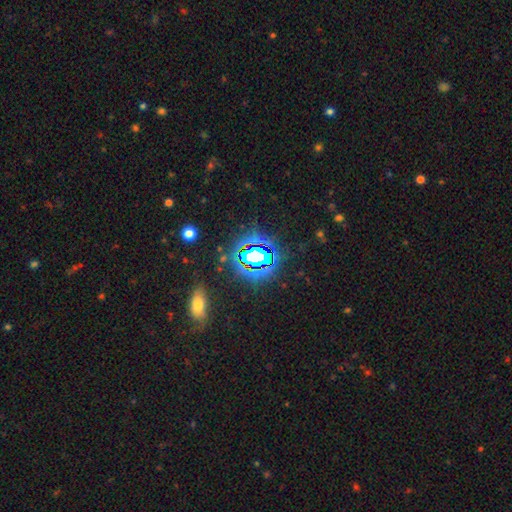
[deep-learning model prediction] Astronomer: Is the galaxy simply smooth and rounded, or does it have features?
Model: star or artifact — 75%.